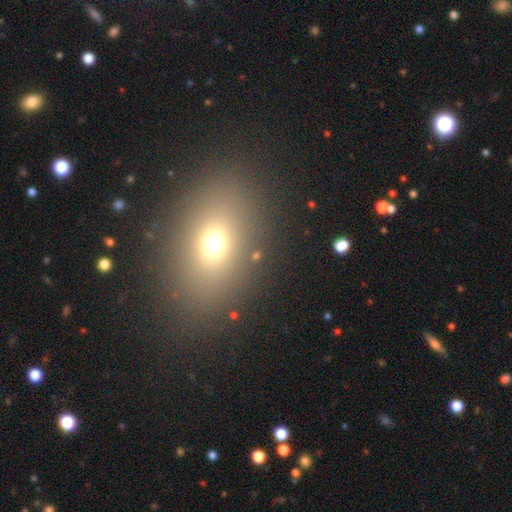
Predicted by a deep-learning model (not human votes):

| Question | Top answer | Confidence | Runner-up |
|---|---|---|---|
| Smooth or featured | smooth | 66% | star or artifact (22%) |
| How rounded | in between | 63% | round (35%) |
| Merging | none | 82% | minor disturbance (9%) |